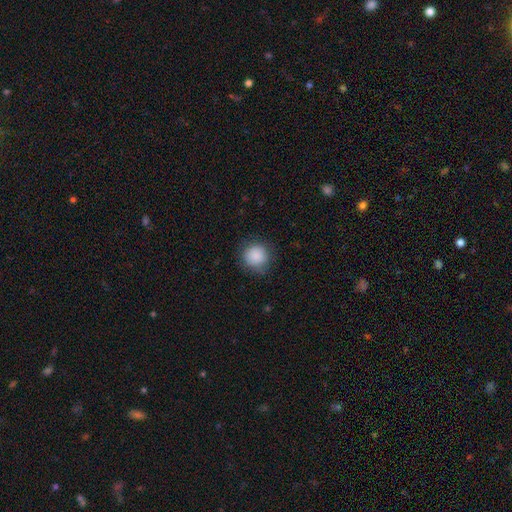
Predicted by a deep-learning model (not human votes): smooth_or_featured: smooth (p=0.88) [alt: star or artifact p=0.08]
how_rounded: round (p=0.92) [alt: in between p=0.07]
merging: none (p=0.85) [alt: minor disturbance p=0.11]